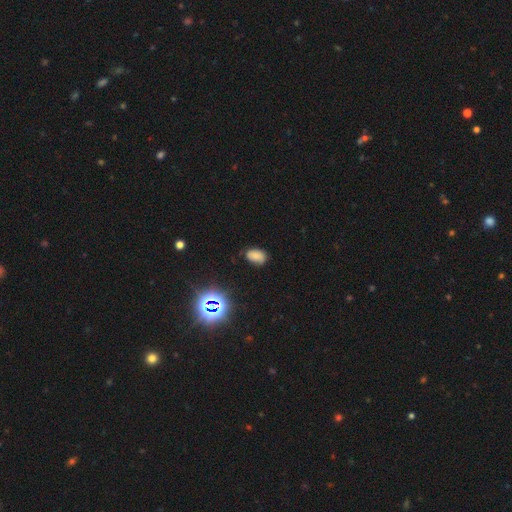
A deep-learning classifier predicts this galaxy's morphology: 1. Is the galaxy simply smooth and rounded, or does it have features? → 72% smooth, 19% star or artifact, 9% featured or disk.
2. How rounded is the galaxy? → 86% in between, 13% round, 1% cigar-shaped.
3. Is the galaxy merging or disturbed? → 74% none, 20% minor disturbance, 4% major disturbance, 2% merger.